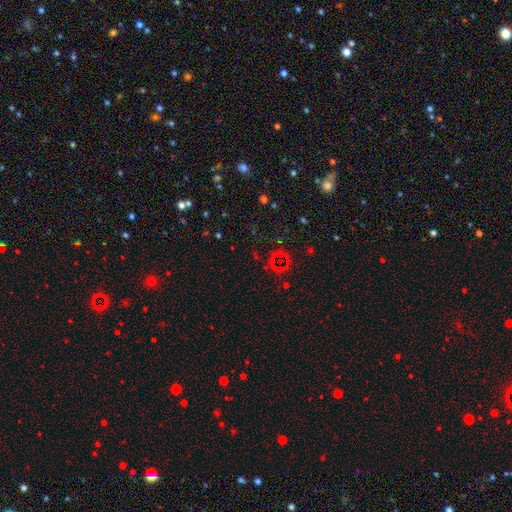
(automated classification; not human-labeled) Morphology: type=star or artifact (71%).